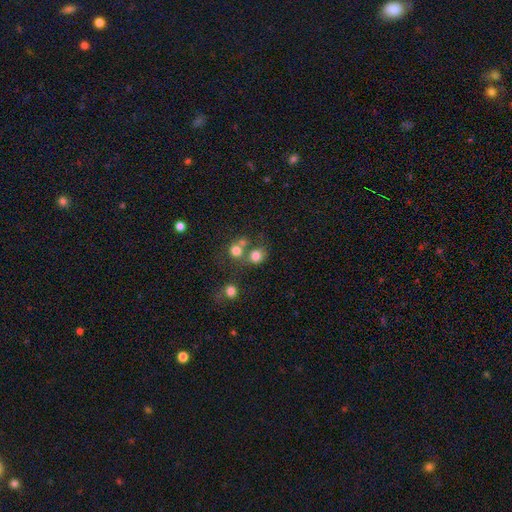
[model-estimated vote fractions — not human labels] Smooth or featured? smooth (76%)
How rounded? round (74%)
Merging? none (47%)